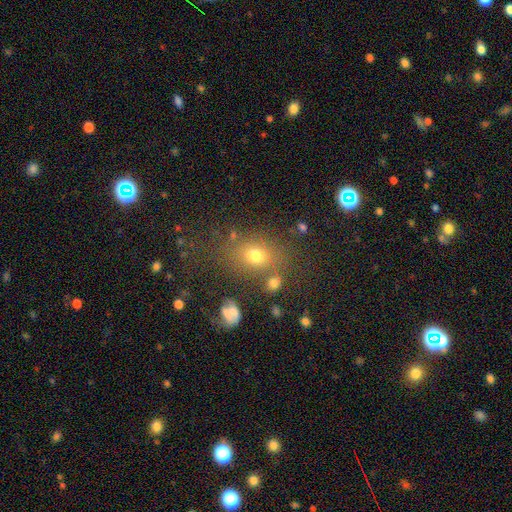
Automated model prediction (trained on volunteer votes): This appears to be a smooth galaxy with no disk features (69%) that is in between round and cigar-shaped (55%). Merging: none (72%).